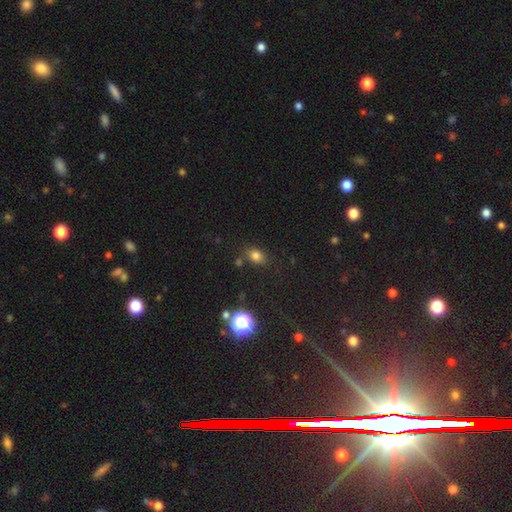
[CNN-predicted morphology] Smooth or featured? smooth (75%)
How rounded? in between (63%)
Merging? none (75%)